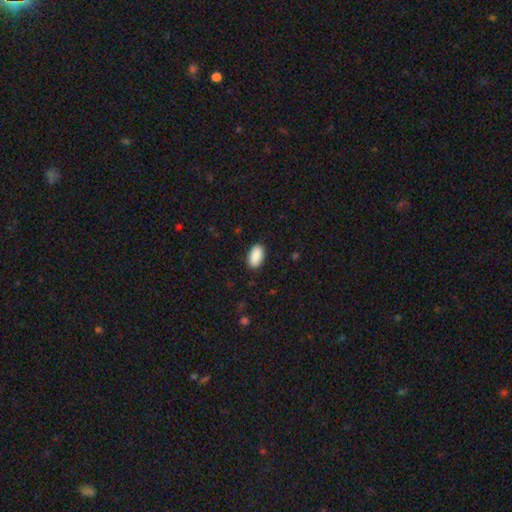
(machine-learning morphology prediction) The model was most divided on "merging": none: 89%, minor disturbance: 8%, major disturbance: 2%, merger: 1%. More confident: how rounded — in between (94%); smooth or featured — smooth (89%).